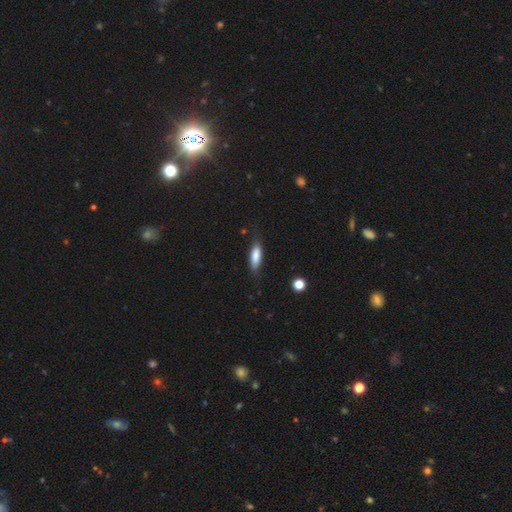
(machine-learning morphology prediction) The model was most divided on "how rounded": in between: 52%, cigar-shaped: 46%, round: 2%. More confident: smooth or featured — smooth (80%); merging — none (74%).